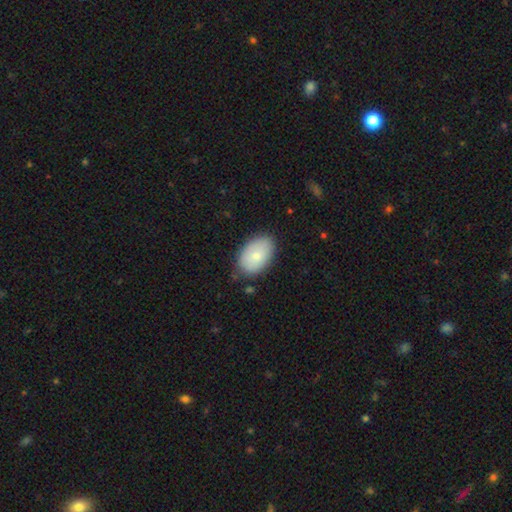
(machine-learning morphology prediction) smooth 79%, featured or disk 15%, star or artifact 6%. Down the decision tree: how rounded — in between (91%); merging — none (80%).